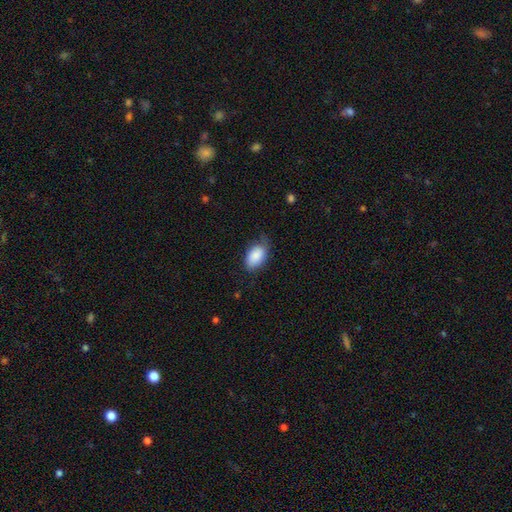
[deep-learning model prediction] Overall: smooth (85%). How rounded: in between (92%). Merging: none (58%; minor disturbance 31%).